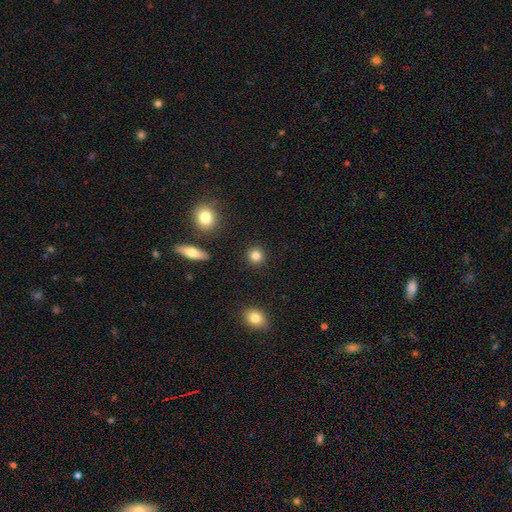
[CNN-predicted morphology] Q: Smooth or featured?
A: smooth (84%); runner-up: star or artifact (10%)
Q: How rounded?
A: round (92%); runner-up: in between (7%)
Q: Merging?
A: none (91%); runner-up: minor disturbance (5%)